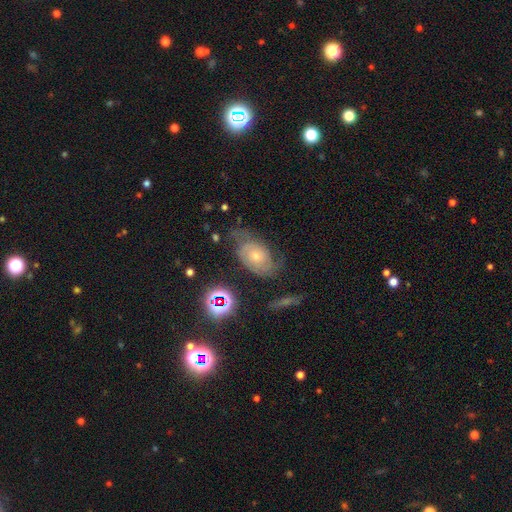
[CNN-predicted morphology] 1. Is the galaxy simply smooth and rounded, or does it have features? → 71% featured or disk, 17% smooth, 12% star or artifact.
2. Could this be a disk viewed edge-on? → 95% no, 5% yes.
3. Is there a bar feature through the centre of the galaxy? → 78% no, 19% weak, 4% strong.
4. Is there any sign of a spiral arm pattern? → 91% yes, 9% no.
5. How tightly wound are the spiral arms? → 44% tight, 39% medium, 17% loose.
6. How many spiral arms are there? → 60% 2, 23% can't tell, 7% 3, 5% 1, 3% 4, 2% more than 4.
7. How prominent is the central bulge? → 52% small, 41% moderate, 3% large, 2% none, 1% dominant.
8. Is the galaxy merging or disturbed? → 55% none, 25% minor disturbance, 17% major disturbance, 3% merger.